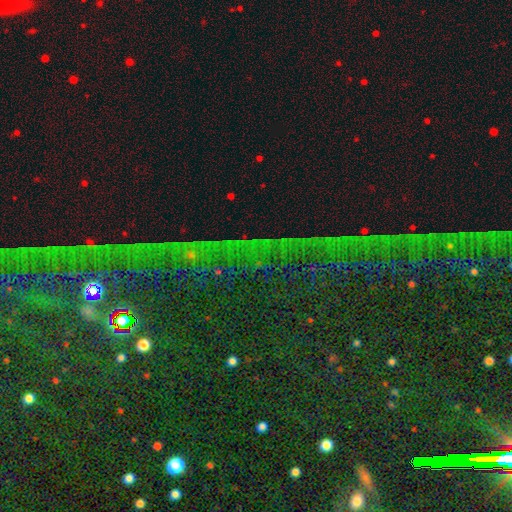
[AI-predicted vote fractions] smooth_or_featured: star or artifact (p=0.83) [alt: featured or disk p=0.09]